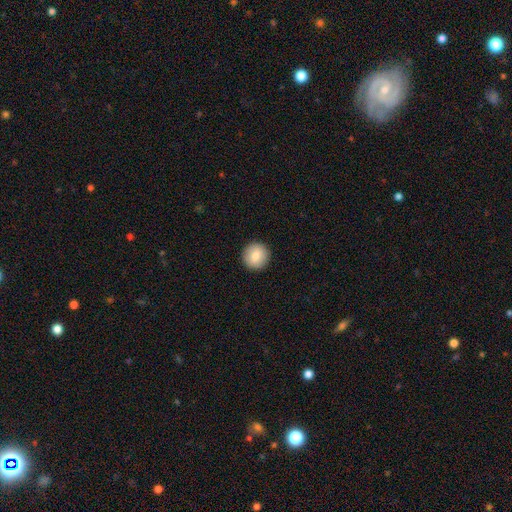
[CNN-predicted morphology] A smooth galaxy with no disk features (82%) that is round (95%).

Vote fractions:
- Smooth or featured? smooth: 82% / featured or disk: 11% / star or artifact: 7%
- How rounded? round: 95% / in between: 4% / cigar-shaped: 1%
- Merging? none: 93% / minor disturbance: 5% / major disturbance: 2% / merger: 1%